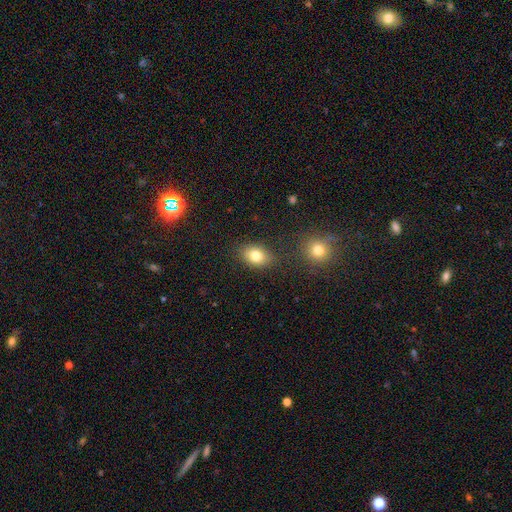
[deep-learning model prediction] Smooth or featured?
  - smooth: 80% *
  - featured or disk: 10%
  - star or artifact: 10%
How rounded?
  - in between: 73% *
  - round: 26%
  - cigar-shaped: 1%
Merging?
  - none: 80% *
  - minor disturbance: 12%
  - merger: 5%
  - major disturbance: 3%